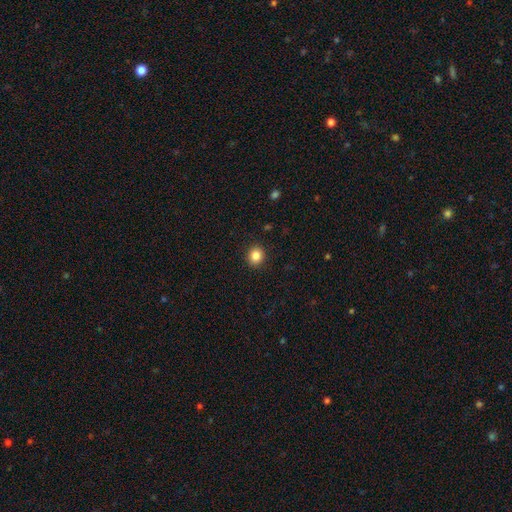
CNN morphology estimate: Q: Smooth or featured?
A: smooth (85%); runner-up: star or artifact (10%)
Q: How rounded?
A: round (81%); runner-up: in between (18%)
Q: Merging?
A: none (91%); runner-up: minor disturbance (6%)